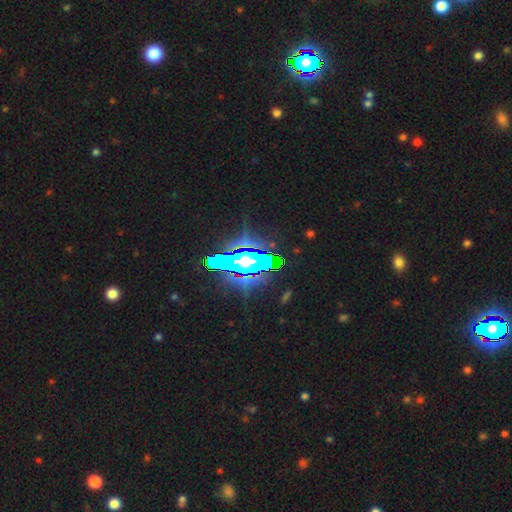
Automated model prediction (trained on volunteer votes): star or artifact 74%, featured or disk 13%, smooth 12%.